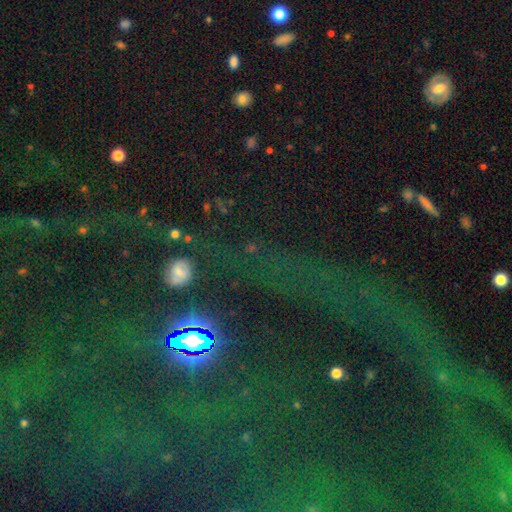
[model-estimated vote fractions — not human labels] Smooth or featured: star or artifact — 76% (smooth — 13%)